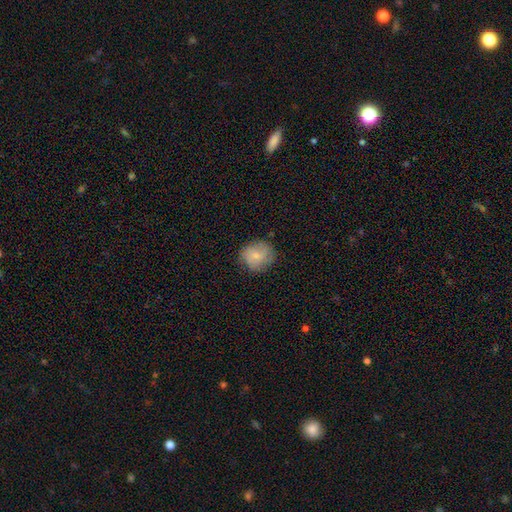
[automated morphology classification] Smooth or featured?
  - smooth: 74% *
  - featured or disk: 18%
  - star or artifact: 7%
How rounded?
  - round: 81% *
  - in between: 18%
  - cigar-shaped: 1%
Merging?
  - none: 77% *
  - minor disturbance: 17%
  - major disturbance: 4%
  - merger: 1%